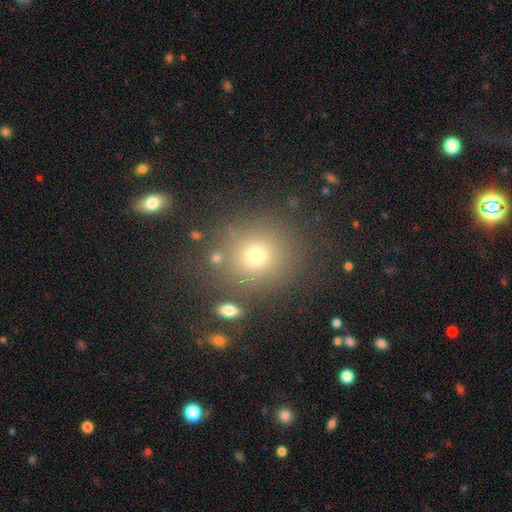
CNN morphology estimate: type=smooth (68%); roundness=round (90%); merging=none (84%).